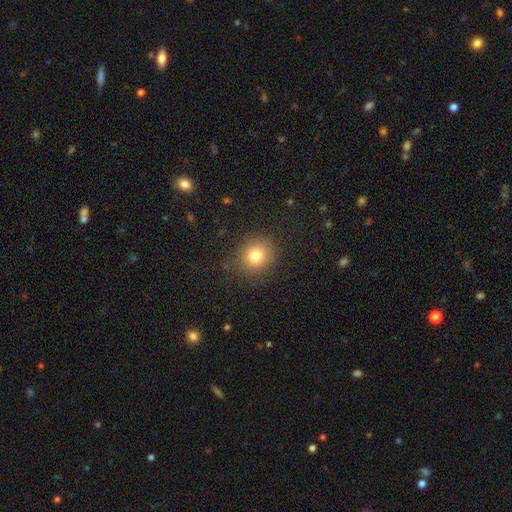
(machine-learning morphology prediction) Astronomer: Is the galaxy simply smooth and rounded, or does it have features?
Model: smooth — 79%.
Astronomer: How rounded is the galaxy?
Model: round — 85%.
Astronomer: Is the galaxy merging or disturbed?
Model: none — 86%.